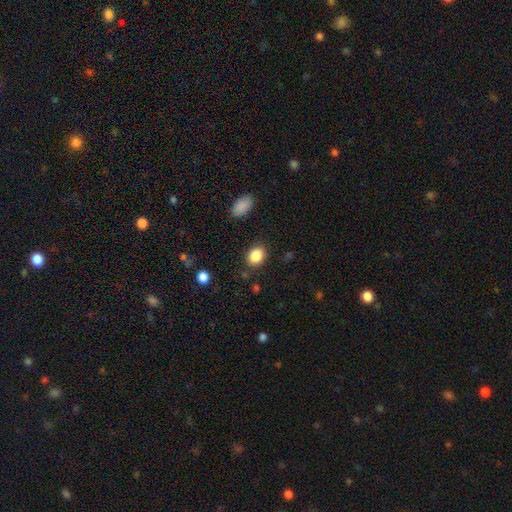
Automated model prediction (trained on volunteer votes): A smooth galaxy with no disk features (86%) that is in between round and cigar-shaped (57%). Merging: none (85%).